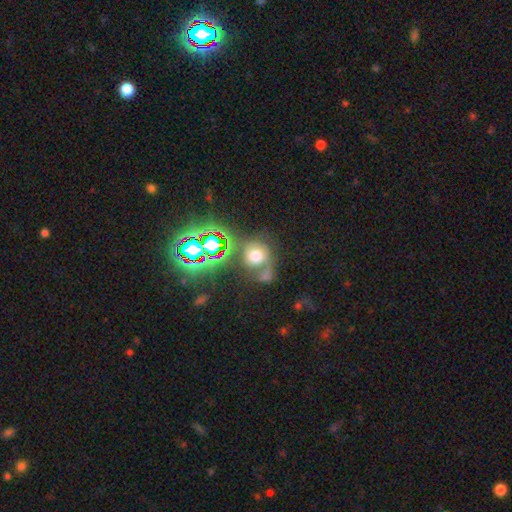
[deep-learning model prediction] Smooth or featured? Predicted: smooth (p=0.61). How rounded? Predicted: round (p=0.78). Merging? Predicted: none (p=0.45).